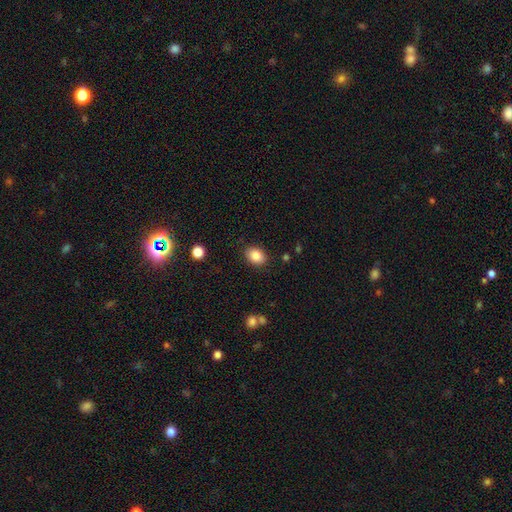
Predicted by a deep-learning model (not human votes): smooth-or-featured: smooth: 86% | star or artifact: 8% | featured or disk: 6%
  how-rounded: in between: 73% | round: 26% | cigar-shaped: 1%
  merging: none: 87% | minor disturbance: 9% | major disturbance: 3% | merger: 1%